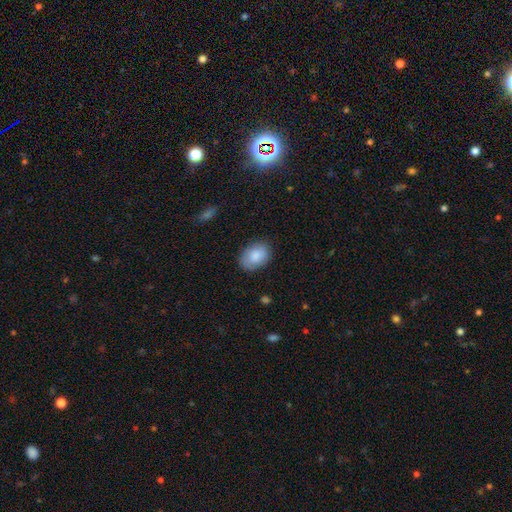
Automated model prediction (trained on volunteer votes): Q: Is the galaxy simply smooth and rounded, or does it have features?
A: smooth — 85%.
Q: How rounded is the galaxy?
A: in between — 78%.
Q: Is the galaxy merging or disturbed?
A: none — 81%.